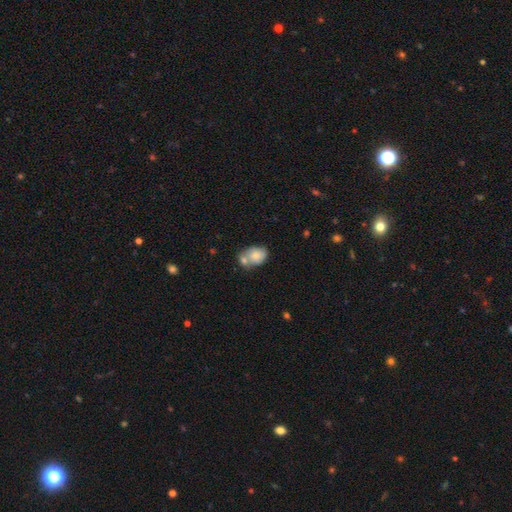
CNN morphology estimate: smooth-or-featured: smooth: 76% | featured or disk: 17% | star or artifact: 8%
  how-rounded: in between: 63% | round: 36% | cigar-shaped: 1%
  merging: merger: 45% | none: 34% | minor disturbance: 15% | major disturbance: 5%